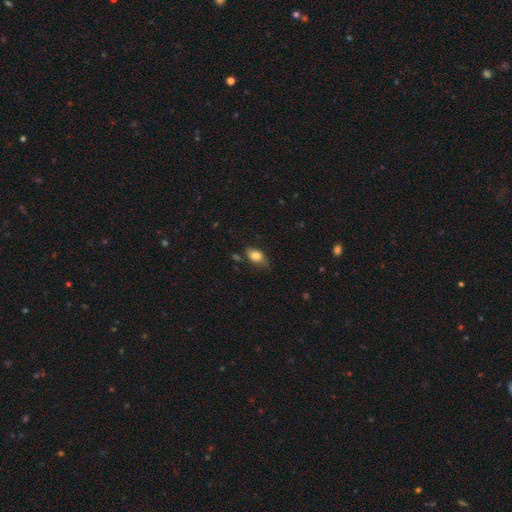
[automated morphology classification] The model was most divided on "merging": none: 63%, minor disturbance: 28%, major disturbance: 6%, merger: 3%. More confident: how rounded — in between (83%); smooth or featured — smooth (77%).